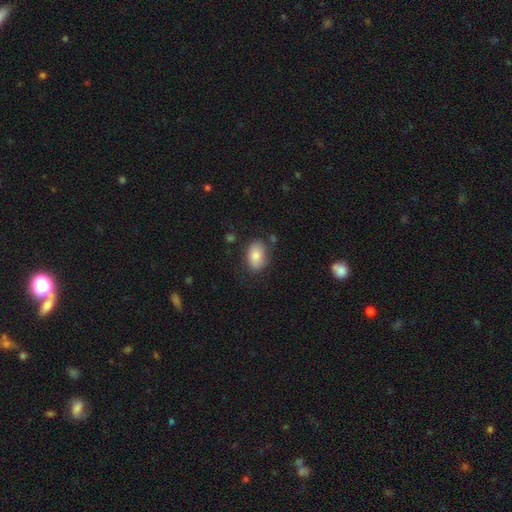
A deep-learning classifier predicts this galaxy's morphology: smooth-or-featured: smooth: 83% | featured or disk: 10% | star or artifact: 7%
  how-rounded: in between: 87% | round: 11% | cigar-shaped: 1%
  merging: none: 75% | minor disturbance: 17% | major disturbance: 5% | merger: 3%